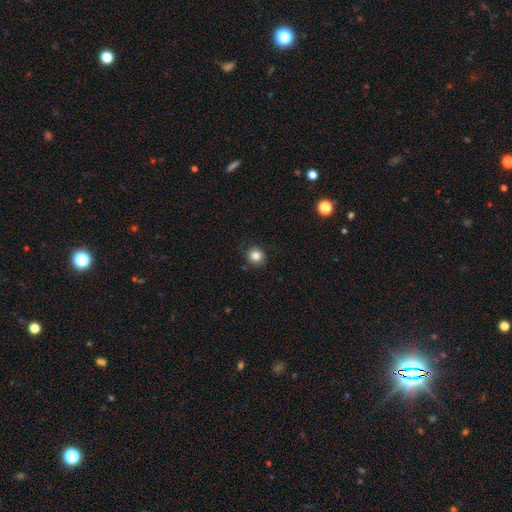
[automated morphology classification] Smooth or featured? Predicted: smooth (p=0.84). How rounded? Predicted: round (p=0.89). Merging? Predicted: none (p=0.85).